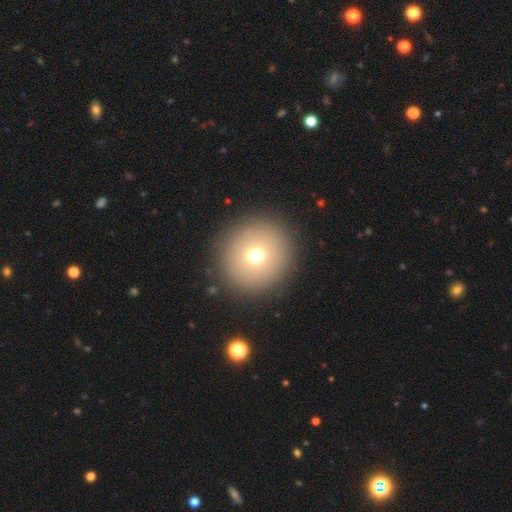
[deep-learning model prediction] This is likely a smooth galaxy (68%). How rounded: clearly round (93%). Merging: clearly none (90%).